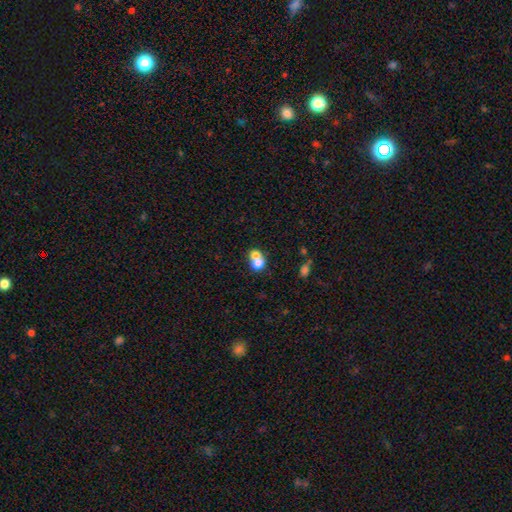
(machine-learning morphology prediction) Smooth or featured? Predicted: smooth (p=0.69). How rounded? Predicted: round (p=0.73). Merging? Predicted: merger (p=0.65).